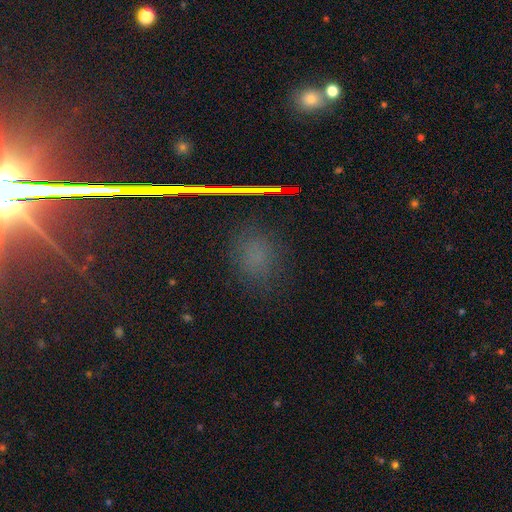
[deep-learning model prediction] Smooth or featured?
  - smooth: 54% *
  - star or artifact: 36%
  - featured or disk: 11%
How rounded?
  - round: 53% *
  - in between: 42%
  - cigar-shaped: 4%
Merging?
  - none: 80% *
  - minor disturbance: 13%
  - major disturbance: 5%
  - merger: 2%